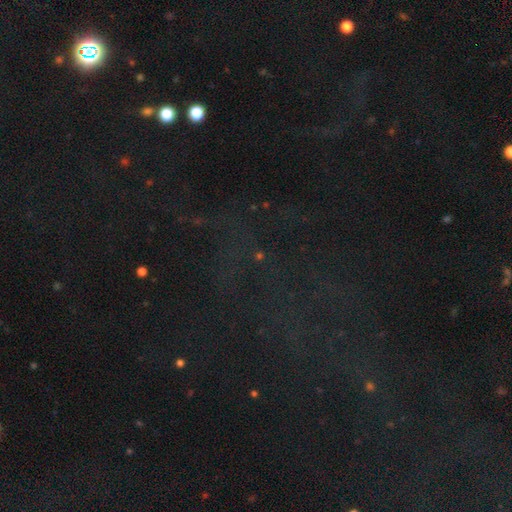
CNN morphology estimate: Smooth or featured: star or artifact — 73% (smooth — 15%)